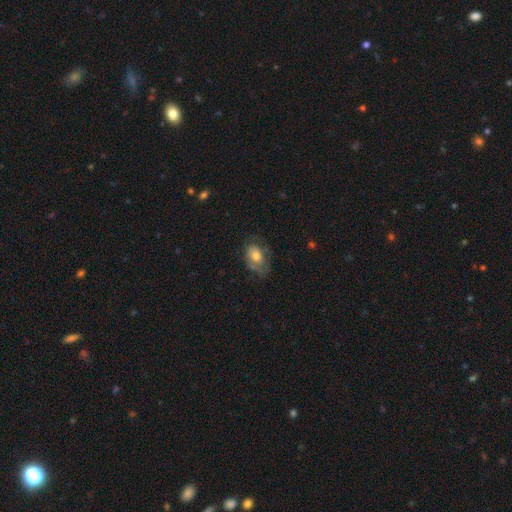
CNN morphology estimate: smooth_or_featured: smooth (p=0.60) [alt: featured or disk p=0.32]
how_rounded: in between (p=0.80) [alt: round p=0.19]
merging: none (p=0.48) [alt: minor disturbance p=0.29]